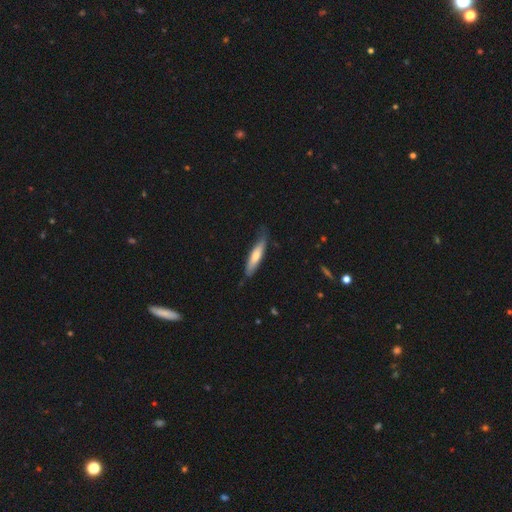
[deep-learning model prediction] Overall: smooth (64%; featured or disk 31%). How rounded: cigar-shaped (81%). Merging: none (72%).